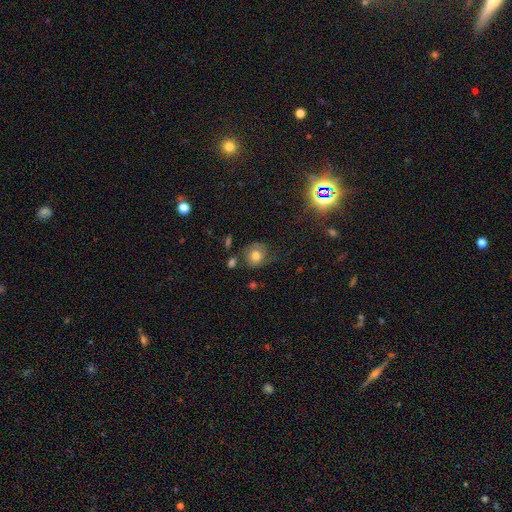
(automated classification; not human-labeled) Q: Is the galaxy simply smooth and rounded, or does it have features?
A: smooth — 64%.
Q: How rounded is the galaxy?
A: round — 78%.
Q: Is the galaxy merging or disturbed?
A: none — 58%.